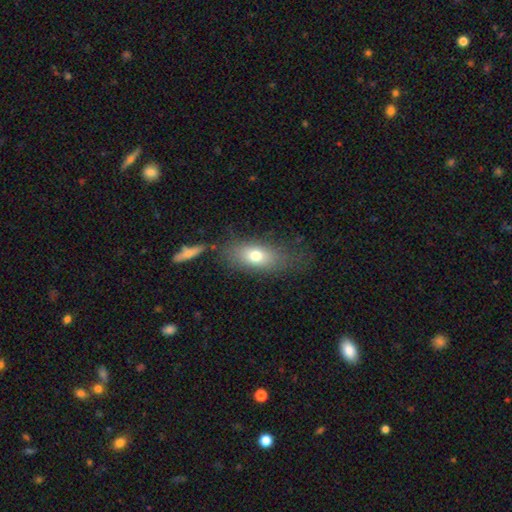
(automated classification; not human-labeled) A smooth galaxy with no disk features (73%) that is in between round and cigar-shaped (81%).

Vote fractions:
- Smooth or featured? smooth: 73% / featured or disk: 18% / star or artifact: 9%
- How rounded? in between: 81% / cigar-shaped: 10% / round: 10%
- Merging? none: 68% / minor disturbance: 17% / major disturbance: 10% / merger: 5%